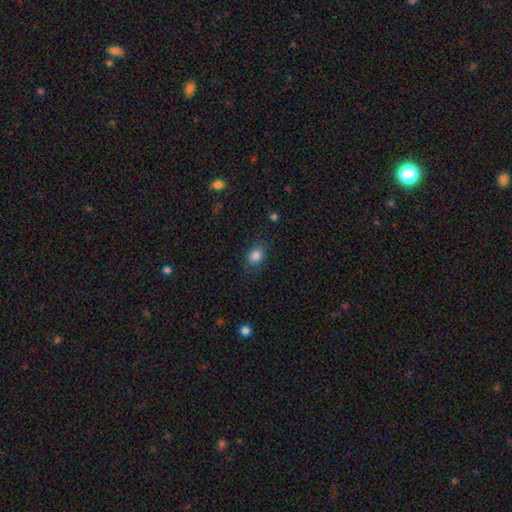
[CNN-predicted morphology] Smooth or featured? smooth (83%)
How rounded? in between (67%)
Merging? none (79%)